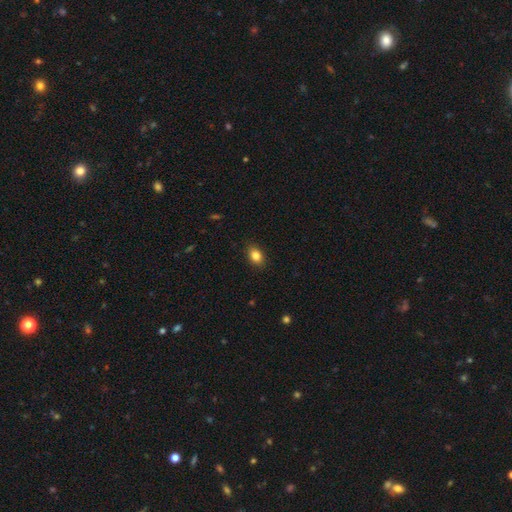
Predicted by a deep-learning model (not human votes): The model was most divided on "how rounded": in between: 78%, round: 21%, cigar-shaped: 1%. More confident: merging — none (88%); smooth or featured — smooth (84%).